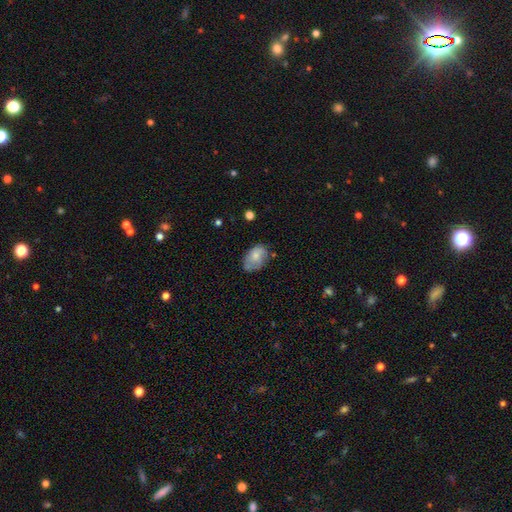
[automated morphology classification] The model was most divided on "merging": none: 61%, minor disturbance: 28%, major disturbance: 8%, merger: 3%. More confident: how rounded — in between (87%); smooth or featured — smooth (67%).